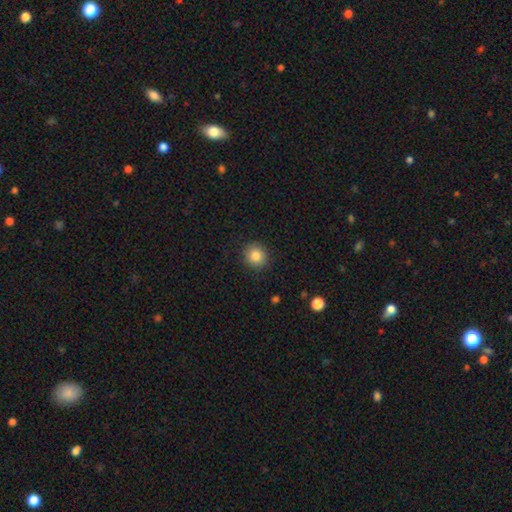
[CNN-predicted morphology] smooth_or_featured: smooth (p=0.85) [alt: star or artifact p=0.10]
how_rounded: round (p=0.89) [alt: in between p=0.10]
merging: none (p=0.90) [alt: minor disturbance p=0.07]